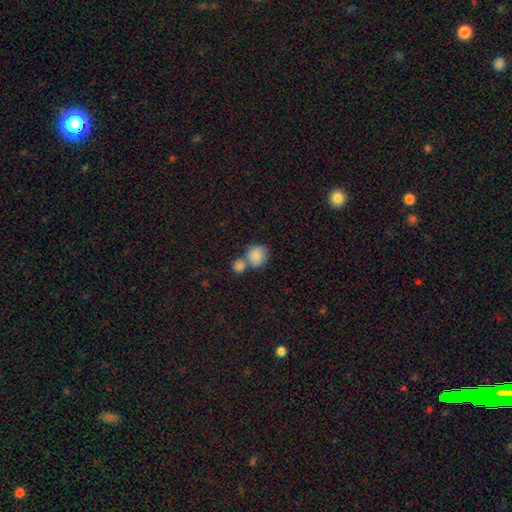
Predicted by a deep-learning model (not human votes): Smooth or featured?
  - smooth: 85% *
  - star or artifact: 8%
  - featured or disk: 7%
How rounded?
  - round: 79% *
  - in between: 20%
  - cigar-shaped: 1%
Merging?
  - merger: 50% *
  - none: 37%
  - minor disturbance: 9%
  - major disturbance: 4%